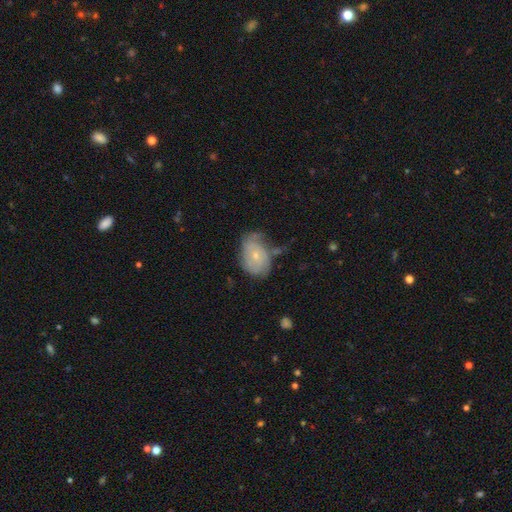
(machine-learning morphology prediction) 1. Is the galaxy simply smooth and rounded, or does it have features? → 46% featured or disk (tied), 46% smooth (tied), 8% star or artifact.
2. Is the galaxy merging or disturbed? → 42% none, 35% minor disturbance, 17% major disturbance, 6% merger.